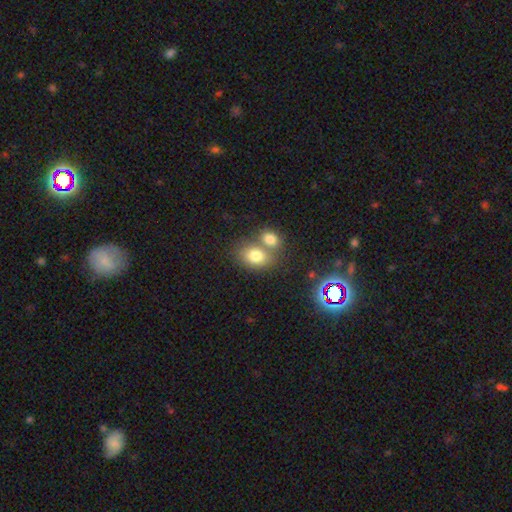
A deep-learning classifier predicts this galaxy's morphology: smooth_or_featured: smooth (p=0.78) [alt: featured or disk p=0.11]
how_rounded: in between (p=0.64) [alt: round p=0.35]
merging: merger (p=0.49) [alt: none p=0.38]